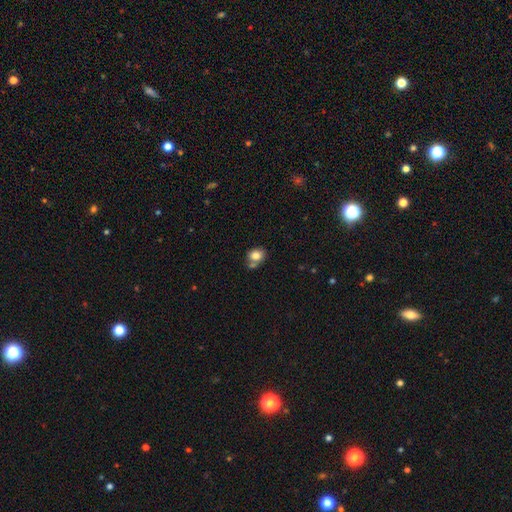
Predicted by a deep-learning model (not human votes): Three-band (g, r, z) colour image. It shows a smooth galaxy with no disk features (81%) that is round (53%). Merging: none (53%).